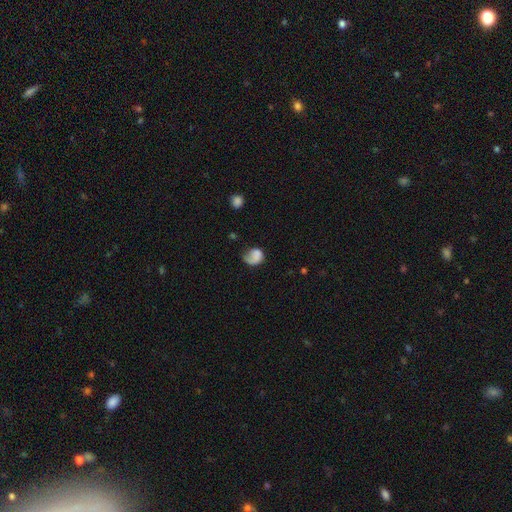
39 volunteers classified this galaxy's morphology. Smooth or featured? 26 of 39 (67%) said smooth. How rounded? 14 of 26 (54%) said round. Merging? 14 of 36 (39%) said major disturbance.